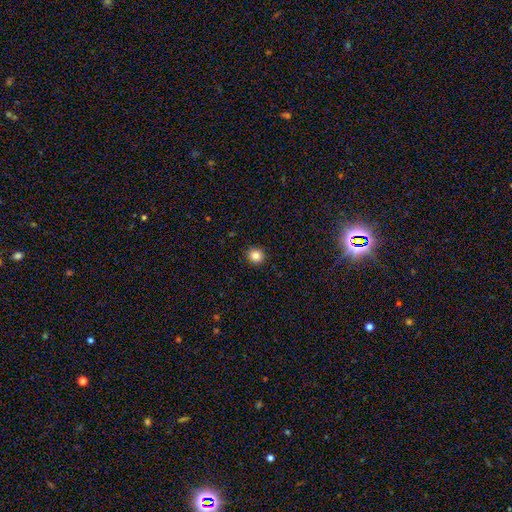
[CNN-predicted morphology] Smooth or featured?
  - smooth: 84% *
  - star or artifact: 11%
  - featured or disk: 4%
How rounded?
  - round: 92% *
  - in between: 7%
  - cigar-shaped: 1%
Merging?
  - none: 93% *
  - minor disturbance: 5%
  - major disturbance: 2%
  - merger: 1%